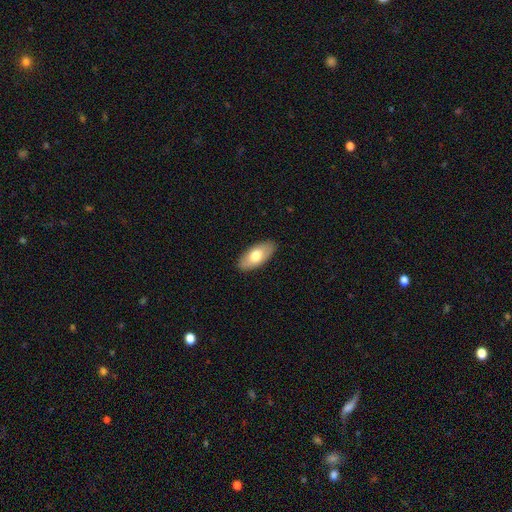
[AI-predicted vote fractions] smooth-or-featured: smooth: 71% | featured or disk: 23% | star or artifact: 6%
  how-rounded: in between: 91% | cigar-shaped: 6% | round: 2%
  merging: none: 88% | minor disturbance: 9% | major disturbance: 2% | merger: 1%